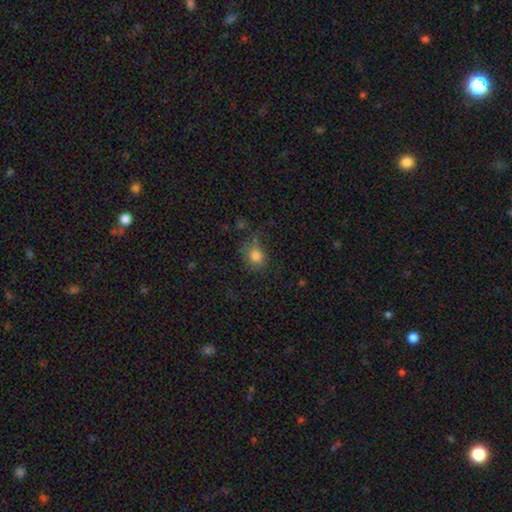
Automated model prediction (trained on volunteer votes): Overall: smooth (80%). How rounded: round (59%; in between 40%). Merging: none (62%; minor disturbance 24%).